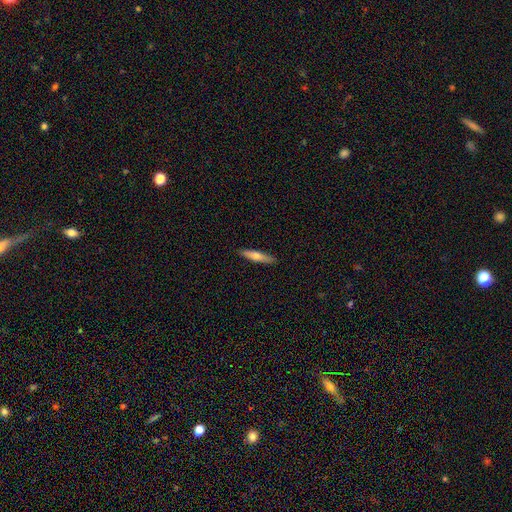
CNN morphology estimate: A smooth galaxy with no disk features (58%) that is cigar-shaped (85%). Merging: none (90%).